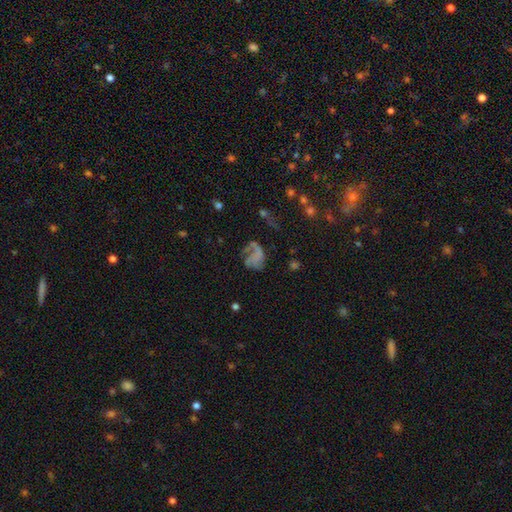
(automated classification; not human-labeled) Smooth or featured?
  - featured or disk: 52% *
  - smooth: 34%
  - star or artifact: 15%
Edge-on disk?
  - no: 98% *
  - yes: 2%
Bar?
  - no: 82% *
  - weak: 14%
  - strong: 4%
Spiral arms?
  - yes: 63% *
  - no: 37%
Bulge size?
  - none: 77% *
  - small: 11%
  - moderate: 6%
  - large: 4%
  - dominant: 2%
Merging?
  - major disturbance: 47% *
  - none: 30%
  - minor disturbance: 18%
  - merger: 5%